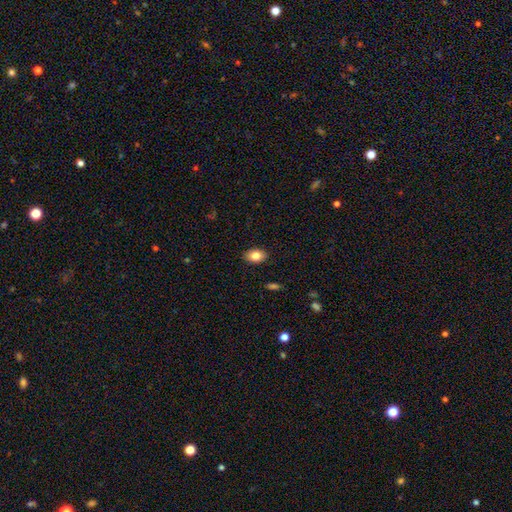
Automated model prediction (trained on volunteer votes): Morphology: type=smooth (82%); roundness=in between (84%); merging=none (88%).